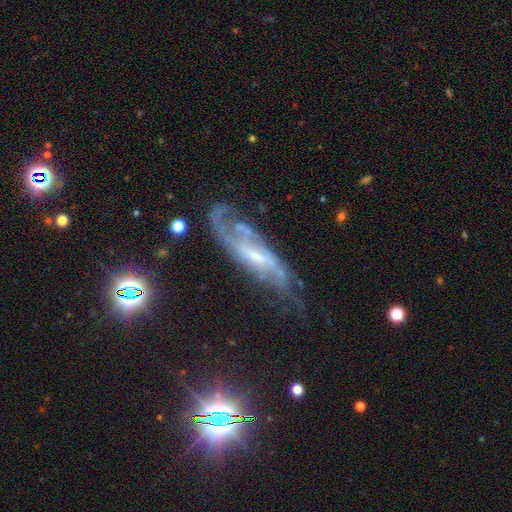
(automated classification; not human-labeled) This appears to be a featured or disk galaxy (77%) with a weak bar (46%), 2 (45%) medium (41%) spiral arms (85%) and a small central bulge (51%). Merging: none (48%).